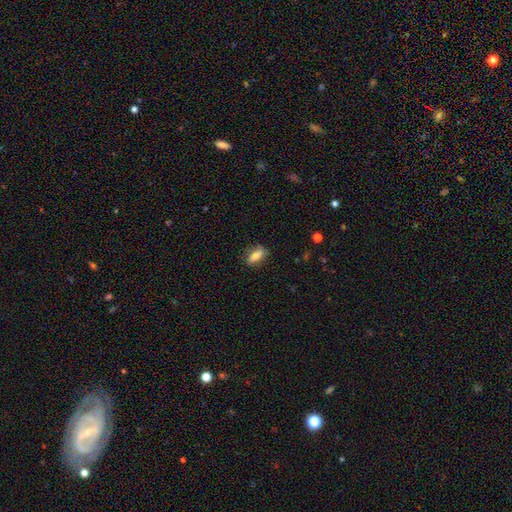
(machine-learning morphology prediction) smooth-or-featured: smooth: 70% | featured or disk: 22% | star or artifact: 8%
  how-rounded: in between: 75% | cigar-shaped: 19% | round: 5%
  merging: none: 77% | minor disturbance: 17% | major disturbance: 4% | merger: 2%